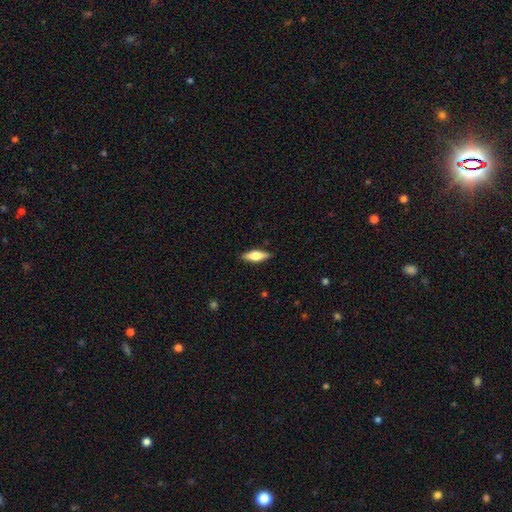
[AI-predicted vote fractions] A smooth galaxy with no disk features (61%) that is in between round and cigar-shaped (60%).

Vote fractions:
- Smooth or featured? smooth: 61% / featured or disk: 33% / star or artifact: 6%
- How rounded? in between: 60% / cigar-shaped: 38% / round: 3%
- Merging? none: 87% / minor disturbance: 10% / major disturbance: 2% / merger: 1%